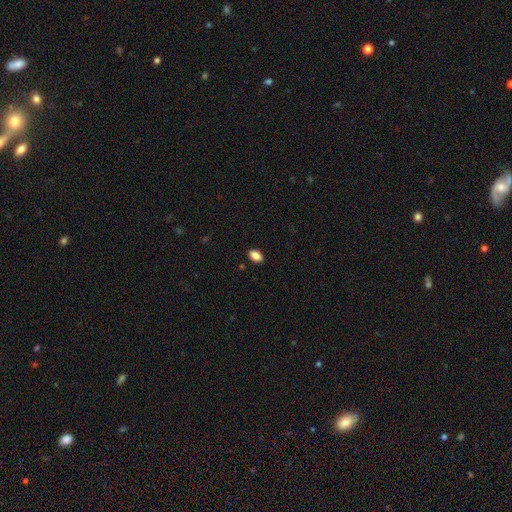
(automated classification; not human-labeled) smooth 86%, star or artifact 9%, featured or disk 5%. Down the decision tree: how rounded — in between (89%); merging — none (89%).